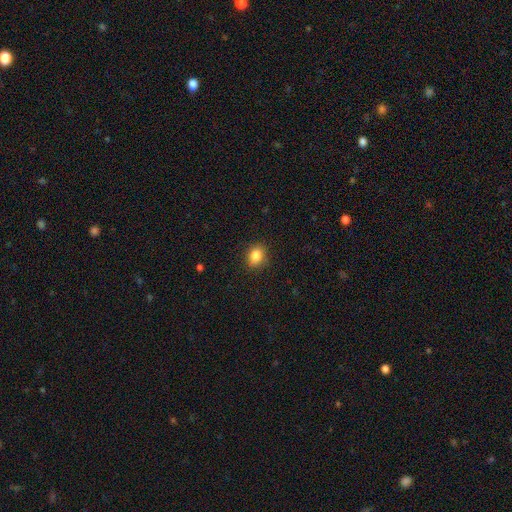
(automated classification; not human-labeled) This is clearly a smooth galaxy (85%). How rounded: possibly in between (59%). Merging: clearly none (84%).